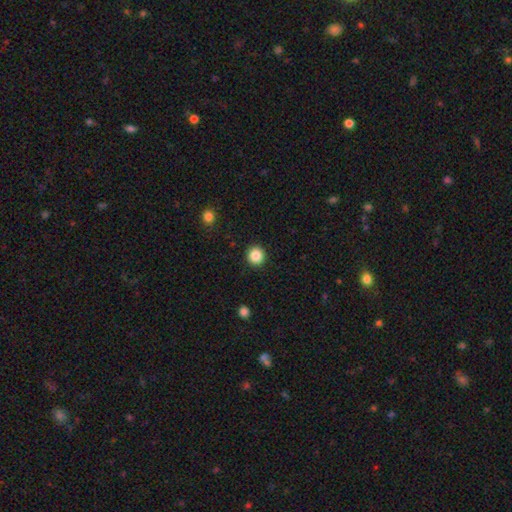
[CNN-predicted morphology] Smooth or featured: smooth — 87% (star or artifact — 10%)
How rounded: round — 94% (in between — 5%)
Merging: none — 93% (minor disturbance — 5%)